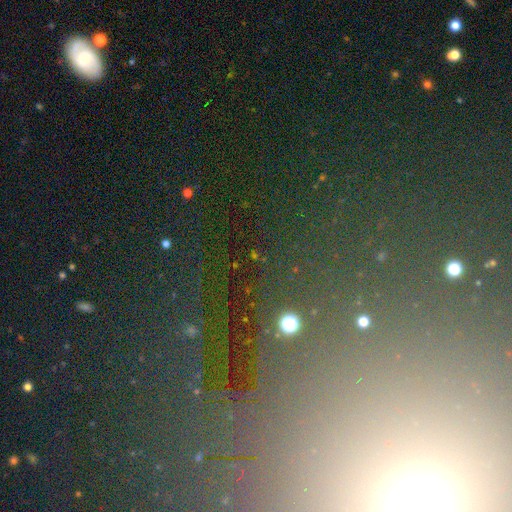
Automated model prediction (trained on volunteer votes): Smooth or featured? Predicted: star or artifact (p=0.70).